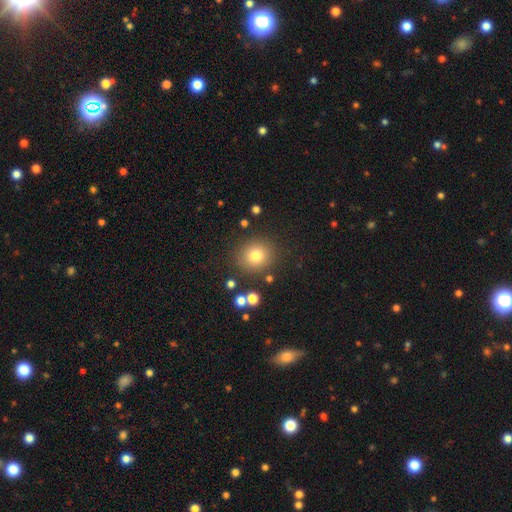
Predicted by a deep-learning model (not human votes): This is likely a smooth galaxy (77%). How rounded: clearly round (86%). Merging: clearly none (84%).